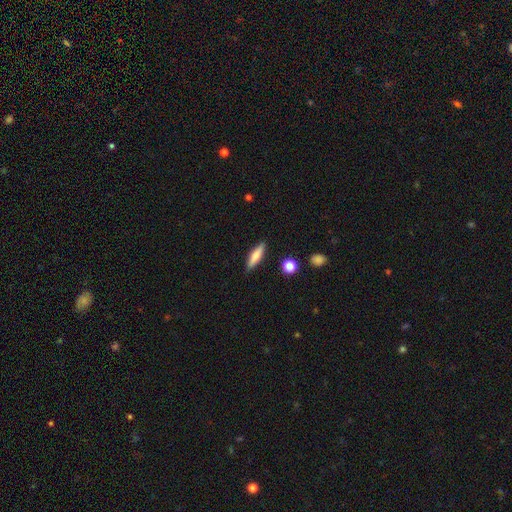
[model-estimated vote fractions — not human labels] This is likely a smooth galaxy (64%). How rounded: likely cigar-shaped (73%). Merging: clearly none (87%).